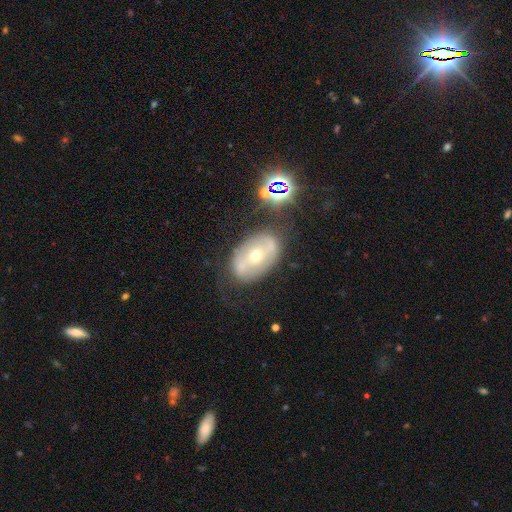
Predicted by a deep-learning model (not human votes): Smooth or featured?
  - featured or disk: 67% *
  - smooth: 23%
  - star or artifact: 10%
Edge-on disk?
  - no: 93% *
  - yes: 7%
Bar?
  - no: 40% *
  - strong: 32%
  - weak: 28%
Spiral arms?
  - yes: 52% *
  - no: 48%
Bulge size?
  - small: 52% *
  - moderate: 45%
  - large: 2%
  - dominant: 1%
  - none: 1%
Merging?
  - none: 70% *
  - minor disturbance: 17%
  - major disturbance: 8%
  - merger: 4%